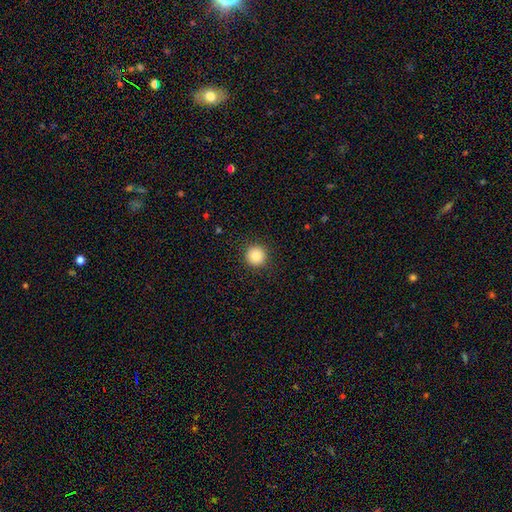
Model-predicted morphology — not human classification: Q: Smooth or featured?
A: smooth (85%); runner-up: star or artifact (10%)
Q: How rounded?
A: round (95%); runner-up: in between (4%)
Q: Merging?
A: none (92%); runner-up: minor disturbance (5%)